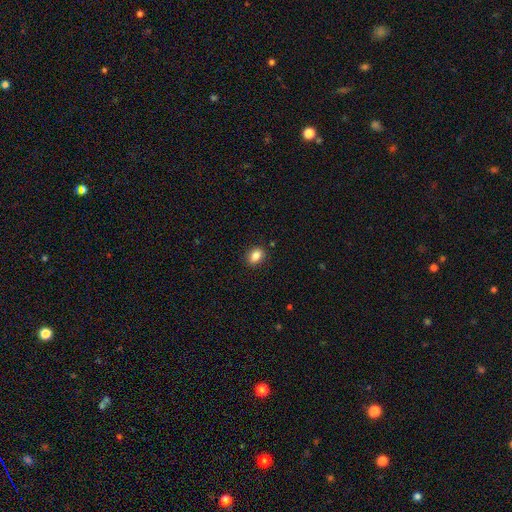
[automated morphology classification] Overall: smooth (85%). How rounded: in between (75%). Merging: none (87%).